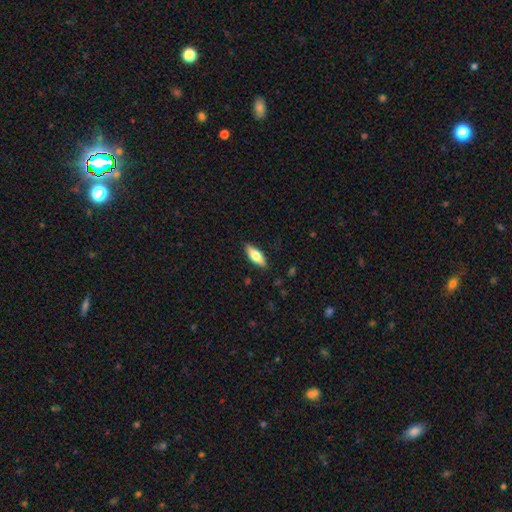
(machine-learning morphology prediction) This is likely a smooth galaxy (62%). How rounded: likely in between (61%). Merging: clearly none (88%).